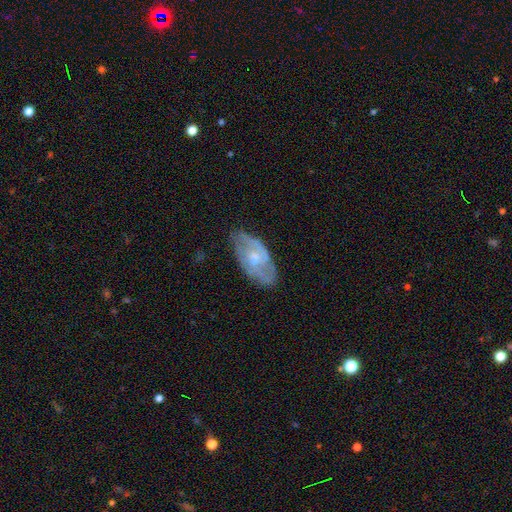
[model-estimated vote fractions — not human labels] A featured or disk galaxy (75%) with no bar (67%), 2 (45%) tight (44%) spiral arms (82%) and a moderate central bulge (49%). Merging: none (70%).